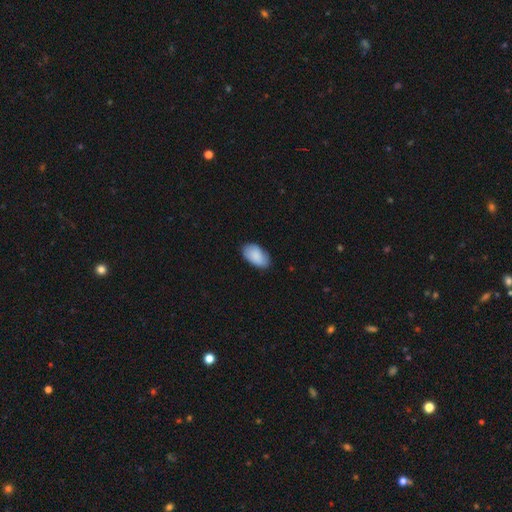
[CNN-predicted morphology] A smooth galaxy with no disk features (88%) that is in between round and cigar-shaped (95%). Merging: none (80%).